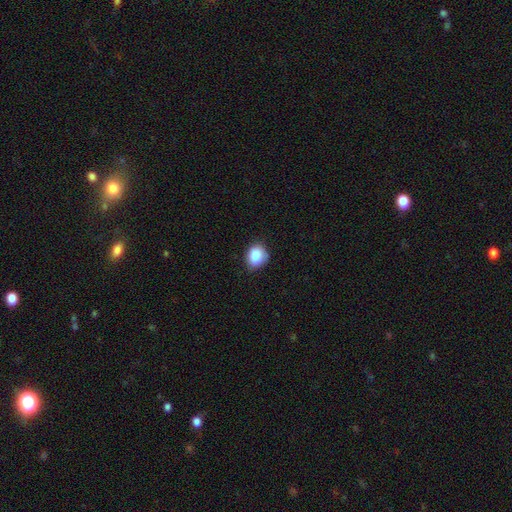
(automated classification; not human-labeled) The model was most divided on "how rounded": in between: 51%, round: 48%, cigar-shaped: 1%. More confident: smooth or featured — smooth (86%); merging — none (71%).